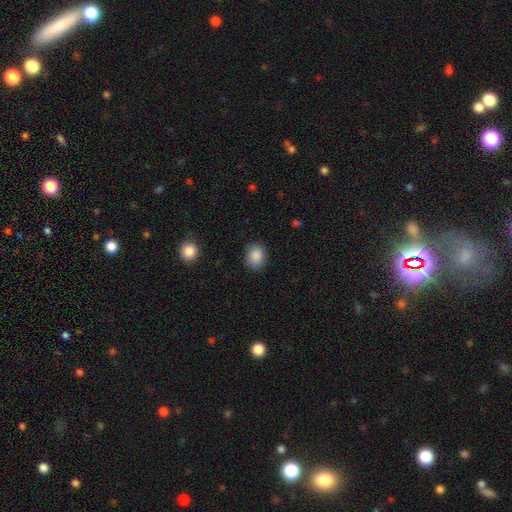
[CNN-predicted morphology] Smooth or featured?
  - smooth: 88% *
  - star or artifact: 8%
  - featured or disk: 4%
How rounded?
  - in between: 52% *
  - round: 47%
  - cigar-shaped: 1%
Merging?
  - none: 85% *
  - minor disturbance: 11%
  - major disturbance: 3%
  - merger: 1%